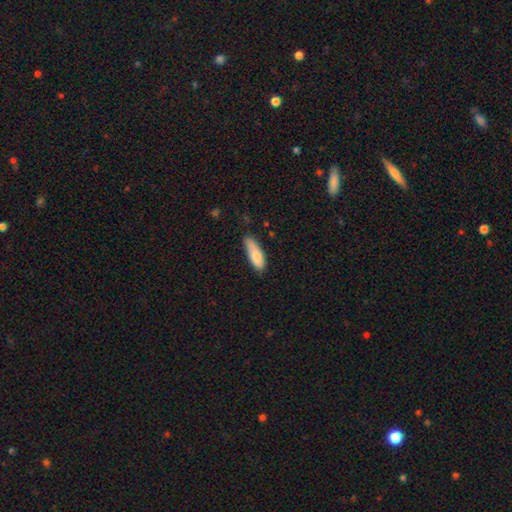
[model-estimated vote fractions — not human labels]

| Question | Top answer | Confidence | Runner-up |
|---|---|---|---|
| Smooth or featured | smooth | 80% | featured or disk (14%) |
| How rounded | in between | 59% | cigar-shaped (39%) |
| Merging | none | 67% | minor disturbance (27%) |